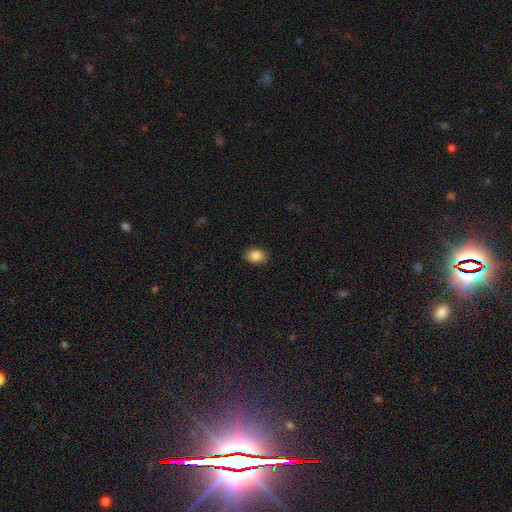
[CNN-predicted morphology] Overall: smooth (86%). How rounded: in between (82%). Merging: none (89%).